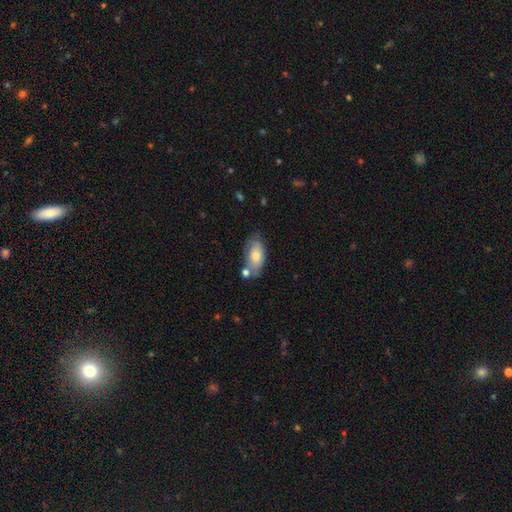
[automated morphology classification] A smooth galaxy with no disk features (66%) that is in between round and cigar-shaped (91%). Merging: none (57%).